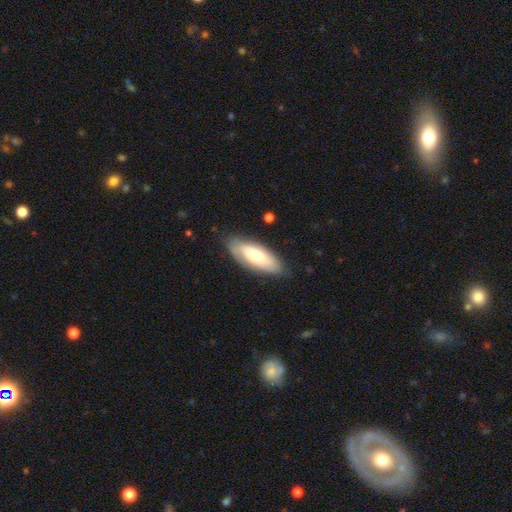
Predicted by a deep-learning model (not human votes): Smooth or featured? smooth (57%)
How rounded? in between (77%)
Merging? none (80%)